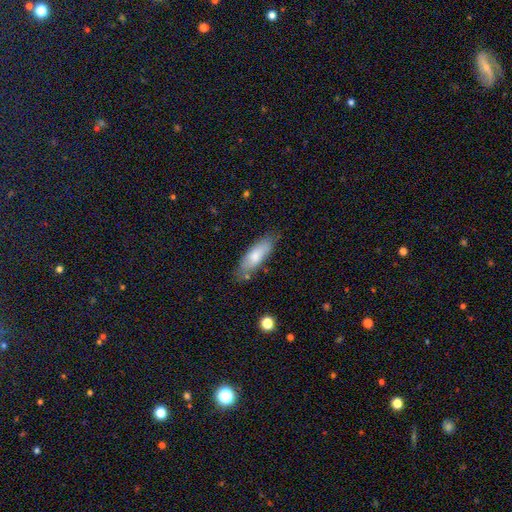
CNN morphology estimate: The model was most divided on "how rounded": in between: 57%, cigar-shaped: 41%, round: 2%. More confident: smooth or featured — smooth (74%); merging — none (72%).